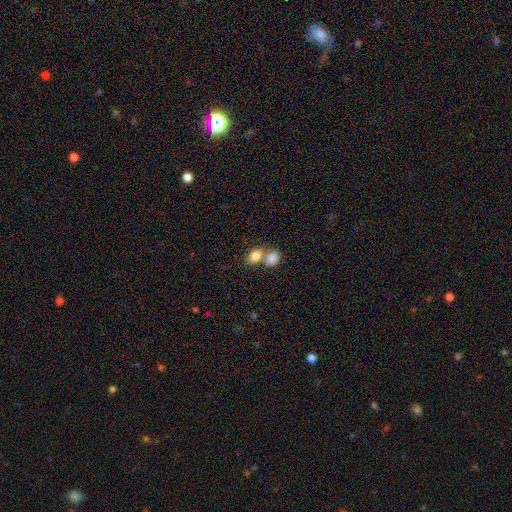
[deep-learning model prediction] Smooth or featured?
  - smooth: 83% *
  - featured or disk: 9%
  - star or artifact: 8%
How rounded?
  - in between: 67% *
  - round: 32%
  - cigar-shaped: 1%
Merging?
  - merger: 57% *
  - none: 33%
  - minor disturbance: 7%
  - major disturbance: 3%